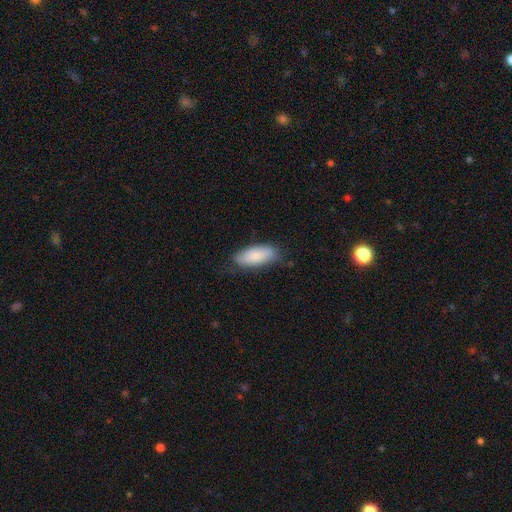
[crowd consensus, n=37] Smooth or featured?
  - smooth: 78% *
  - featured or disk: 16%
  - star or artifact: 5%
How rounded?
  - in between: 90% *
  - cigar-shaped: 10%
  - round: 0%
Merging?
  - none: 83% *
  - minor disturbance: 17%
  - major disturbance: 0%
  - merger: 0%